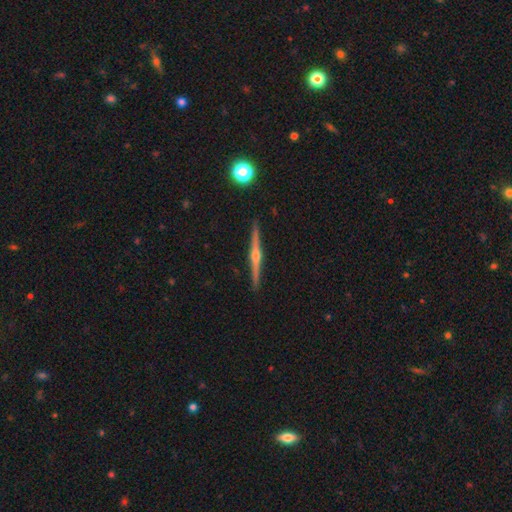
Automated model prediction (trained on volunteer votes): This appears to be a featured or disk galaxy (85%) viewed edge-on (99%) with a rounded central bulge (94%). Merging: none (93%).